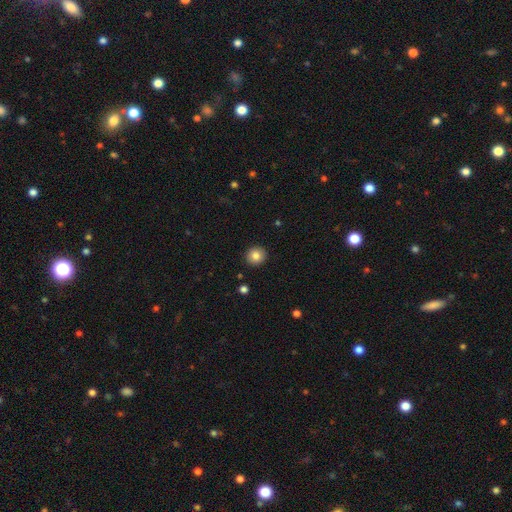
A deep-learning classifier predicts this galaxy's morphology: smooth 84%, star or artifact 9%, featured or disk 7%. Down the decision tree: how rounded — round (90%); merging — none (92%).